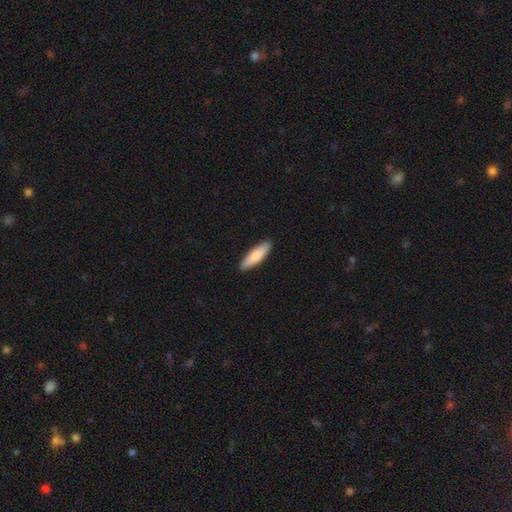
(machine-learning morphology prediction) A smooth galaxy with no disk features (78%) that is cigar-shaped (64%). Merging: none (91%).